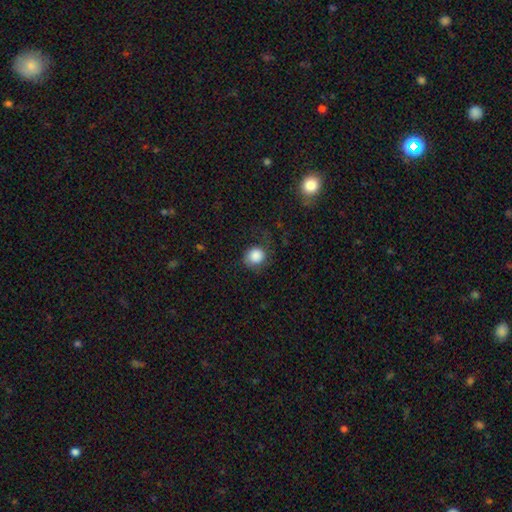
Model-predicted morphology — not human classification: This appears to be a smooth galaxy with no disk features (85%) that is round (79%). Merging: none (65%).